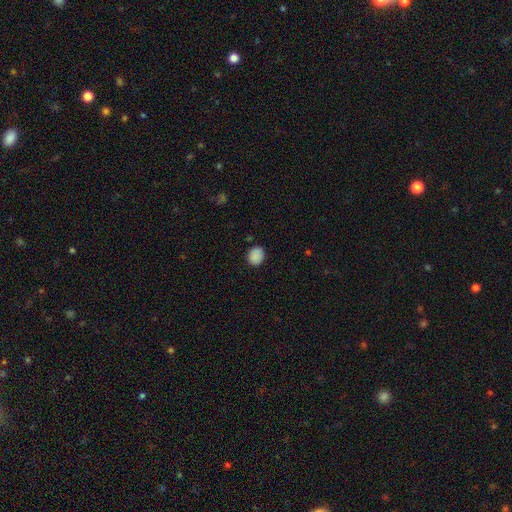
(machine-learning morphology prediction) type=smooth (88%); roundness=round (63%); merging=none (86%).